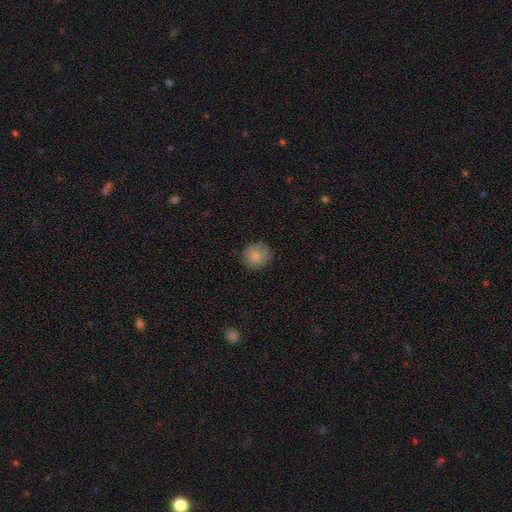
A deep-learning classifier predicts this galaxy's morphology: This is clearly a smooth galaxy (85%). How rounded: clearly round (90%). Merging: clearly none (83%).